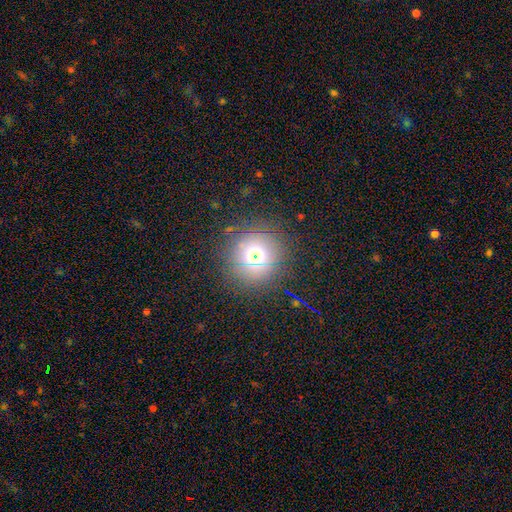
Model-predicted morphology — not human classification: type=smooth (63%); roundness=round (94%); merging=none (86%).